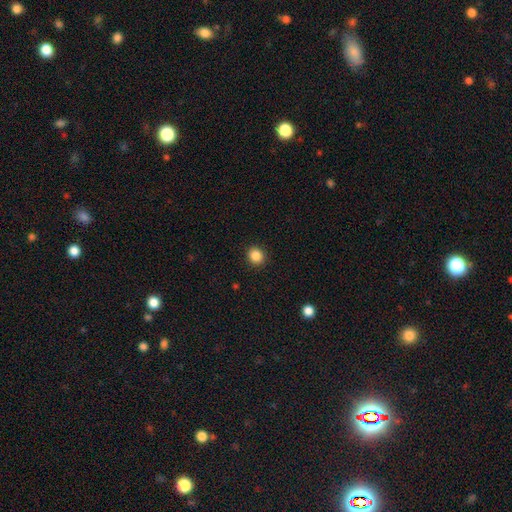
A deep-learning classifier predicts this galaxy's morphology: Smooth or featured? smooth (87%)
How rounded? round (80%)
Merging? none (91%)